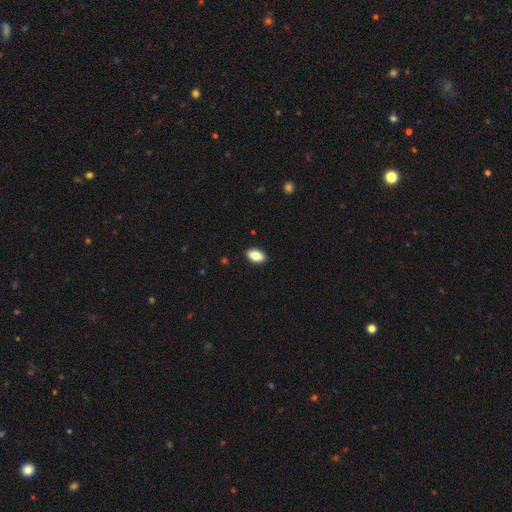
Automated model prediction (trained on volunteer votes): smooth-or-featured: smooth: 83% | featured or disk: 9% | star or artifact: 7%
  how-rounded: in between: 92% | round: 5% | cigar-shaped: 3%
  merging: none: 89% | minor disturbance: 8% | major disturbance: 2% | merger: 1%